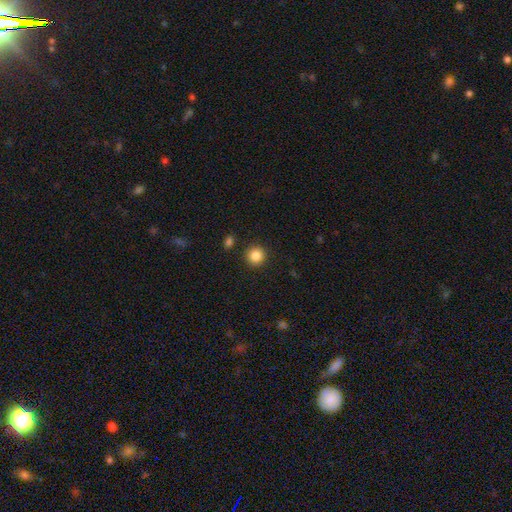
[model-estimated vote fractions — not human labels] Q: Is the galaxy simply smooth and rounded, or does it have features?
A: smooth — 86%.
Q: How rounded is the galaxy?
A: round — 93%.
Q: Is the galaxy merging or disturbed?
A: none — 90%.